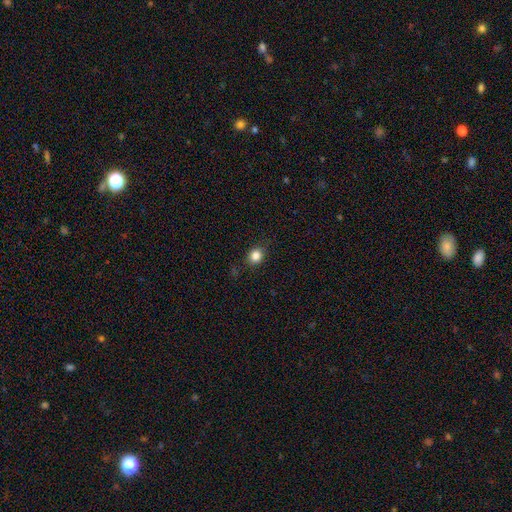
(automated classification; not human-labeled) smooth_or_featured: smooth (p=0.83) [alt: star or artifact p=0.11]
how_rounded: round (p=0.66) [alt: in between p=0.33]
merging: none (p=0.83) [alt: minor disturbance p=0.13]